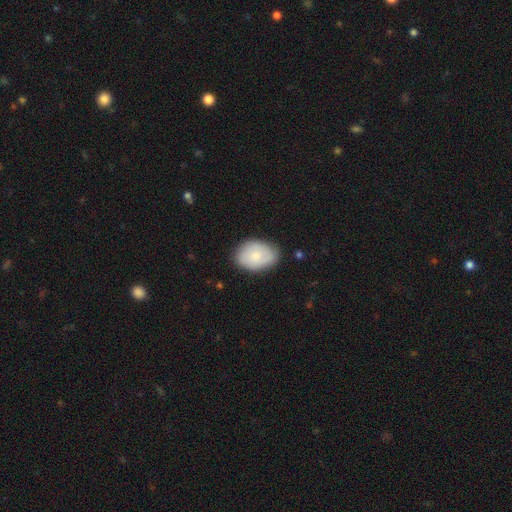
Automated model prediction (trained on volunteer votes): smooth-or-featured: smooth: 75% | featured or disk: 19% | star or artifact: 6%
  how-rounded: in between: 81% | round: 18% | cigar-shaped: 1%
  merging: none: 78% | minor disturbance: 17% | major disturbance: 3% | merger: 1%